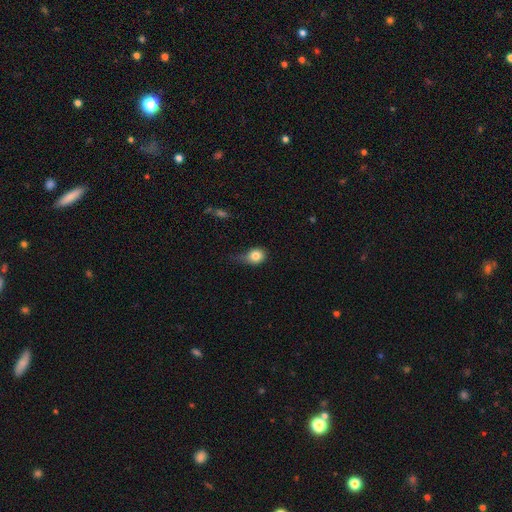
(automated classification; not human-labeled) Q: Smooth or featured?
A: smooth (81%); runner-up: star or artifact (10%)
Q: How rounded?
A: round (63%); runner-up: in between (35%)
Q: Merging?
A: minor disturbance (44%); runner-up: none (33%)